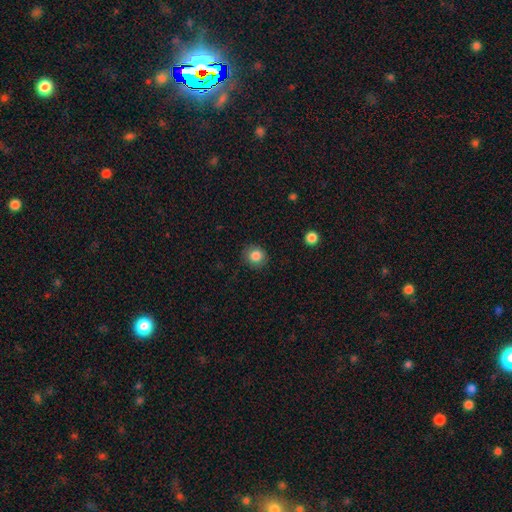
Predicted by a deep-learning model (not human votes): The model was most divided on "how rounded": round: 85%, in between: 14%, cigar-shaped: 1%. More confident: merging — none (87%); smooth or featured — smooth (84%).